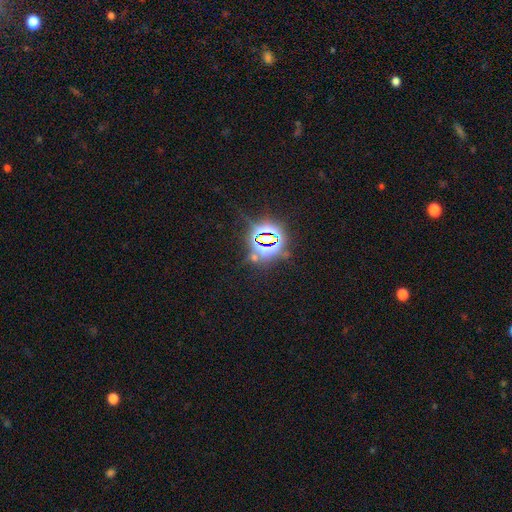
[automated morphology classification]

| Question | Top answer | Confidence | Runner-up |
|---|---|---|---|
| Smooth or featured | star or artifact | 82% | smooth (10%) |